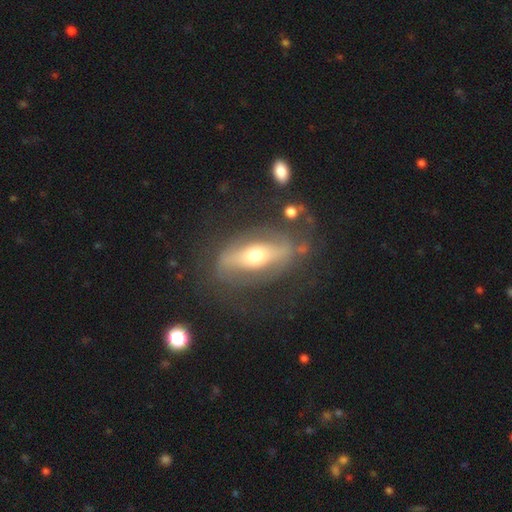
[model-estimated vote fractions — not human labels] smooth_or_featured: featured or disk (p=0.72) [alt: smooth p=0.22]
disk_edge_on: no (p=0.74) [alt: yes p=0.26]
bar: strong (p=0.59) [alt: no p=0.23]
has_spiral_arms: yes (p=0.53) [alt: no p=0.47]
bulge_size: moderate (p=0.64) [alt: small p=0.23]
merging: none (p=0.66) [alt: minor disturbance p=0.16]